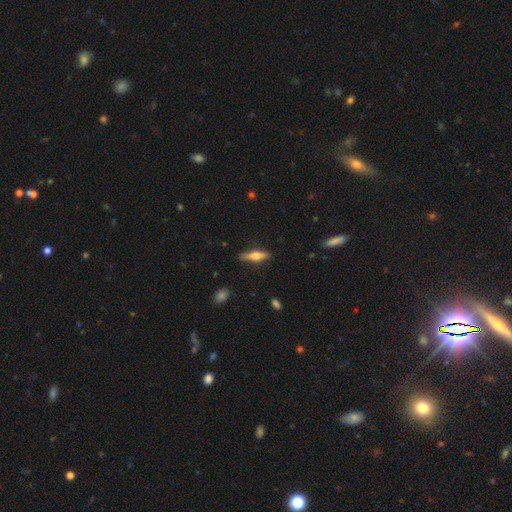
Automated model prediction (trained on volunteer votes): Q: Smooth or featured?
A: featured or disk (52%); runner-up: smooth (42%)
Q: Edge-on disk?
A: yes (95%); runner-up: no (5%)
Q: Merging?
A: none (86%); runner-up: minor disturbance (10%)